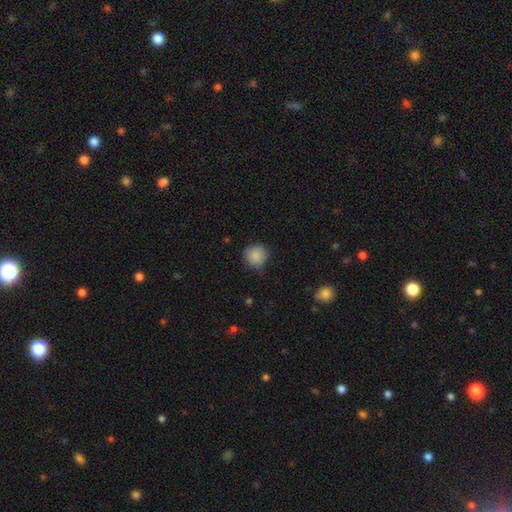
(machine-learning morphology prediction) Q: Smooth or featured?
A: smooth (87%); runner-up: star or artifact (9%)
Q: How rounded?
A: round (89%); runner-up: in between (10%)
Q: Merging?
A: none (76%); runner-up: minor disturbance (19%)